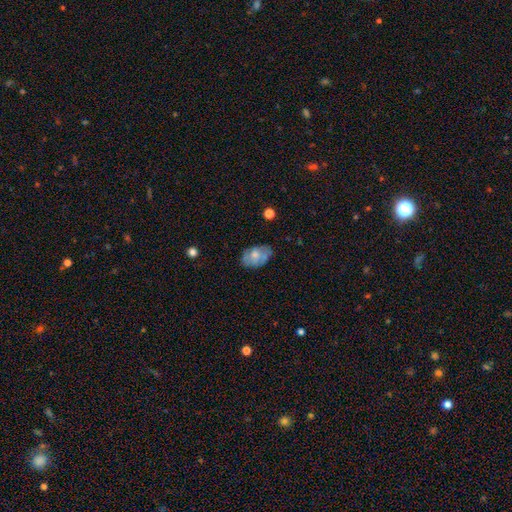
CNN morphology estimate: This appears to be a smooth galaxy with no disk features (54%) that is in between round and cigar-shaped (86%). Merging: none (64%).